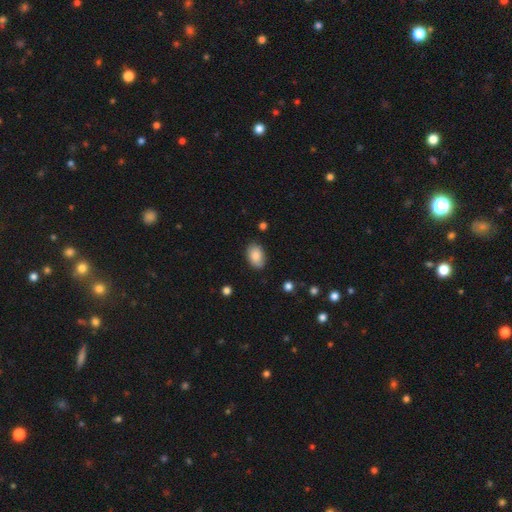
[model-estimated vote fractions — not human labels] smooth_or_featured: smooth (p=0.86) [alt: star or artifact p=0.07]
how_rounded: in between (p=0.89) [alt: round p=0.10]
merging: none (p=0.83) [alt: minor disturbance p=0.13]